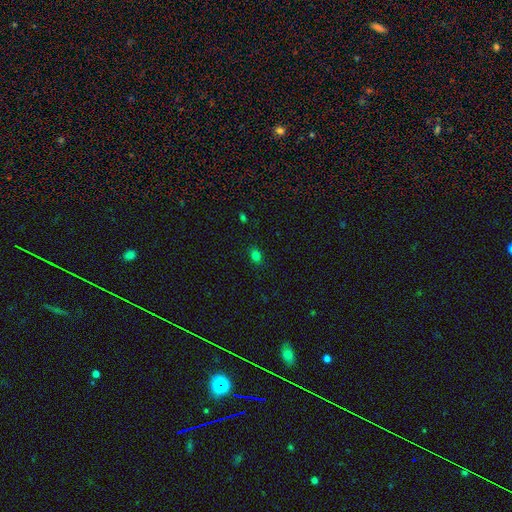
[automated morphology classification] Smooth or featured: smooth — 77% (star or artifact — 18%)
How rounded: in between — 65% (round — 33%)
Merging: none — 85% (minor disturbance — 11%)